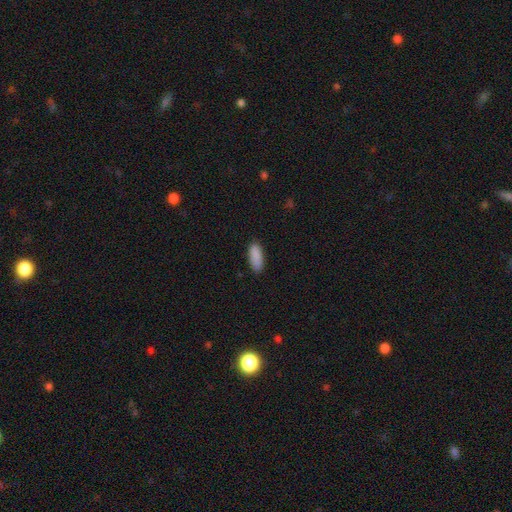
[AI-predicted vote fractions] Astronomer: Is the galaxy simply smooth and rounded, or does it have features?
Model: smooth — 89%.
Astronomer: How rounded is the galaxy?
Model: in between — 76%.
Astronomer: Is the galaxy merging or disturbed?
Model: none — 83%.